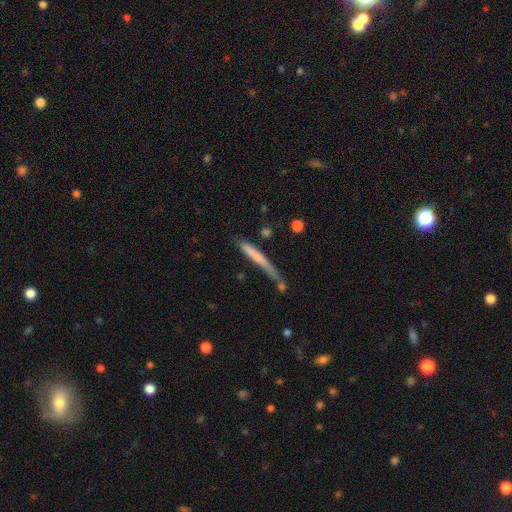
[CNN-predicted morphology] Smooth or featured? smooth (60%)
How rounded? cigar-shaped (96%)
Merging? none (59%)